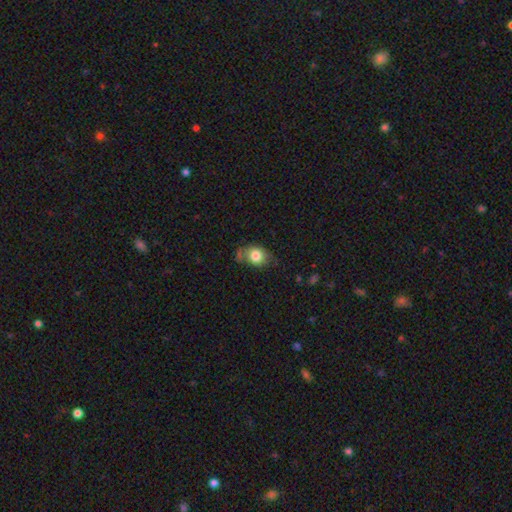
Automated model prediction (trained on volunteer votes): Morphology: type=smooth (78%); roundness=in between (56%); merging=none (54%).